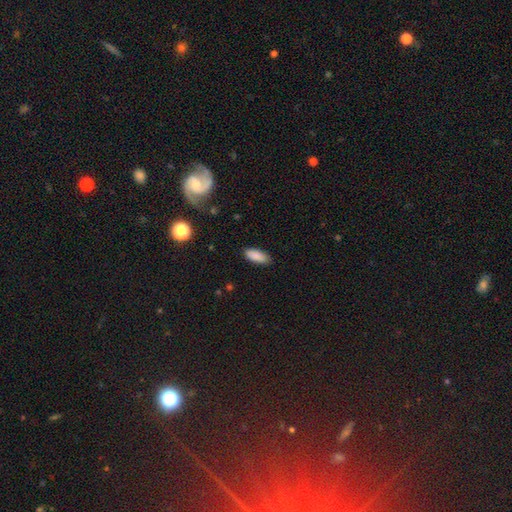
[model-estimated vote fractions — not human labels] A smooth galaxy with no disk features (88%) that is in between round and cigar-shaped (78%). Merging: none (85%).